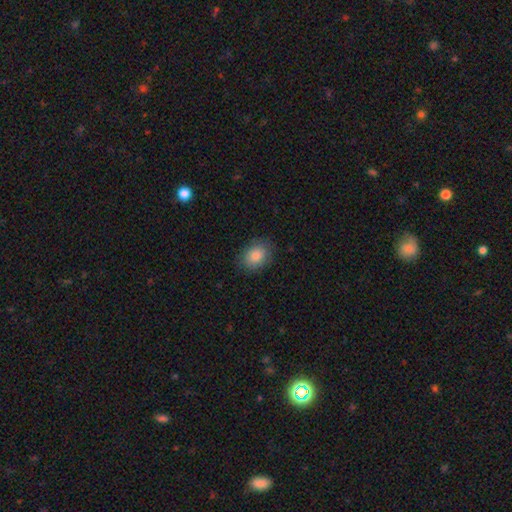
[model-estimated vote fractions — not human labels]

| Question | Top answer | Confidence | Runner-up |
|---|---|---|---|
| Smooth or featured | smooth | 86% | star or artifact (8%) |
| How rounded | in between | 68% | round (31%) |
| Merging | none | 85% | minor disturbance (11%) |